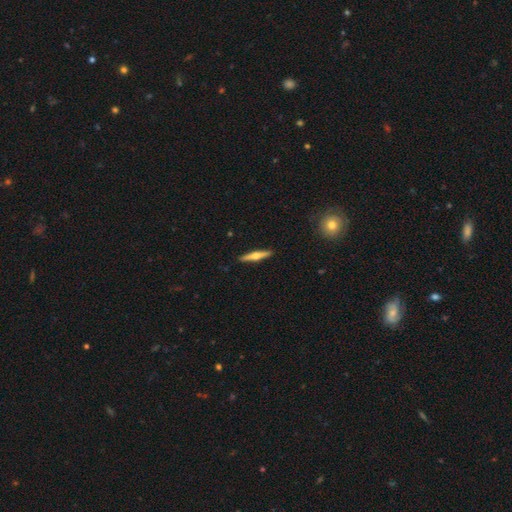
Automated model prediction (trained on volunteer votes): The model was most divided on "smooth or featured": featured or disk: 64%, smooth: 31%, star or artifact: 5%. More confident: edge-on disk — yes (97%); edge-on bulge — rounded (93%); merging — none (92%).